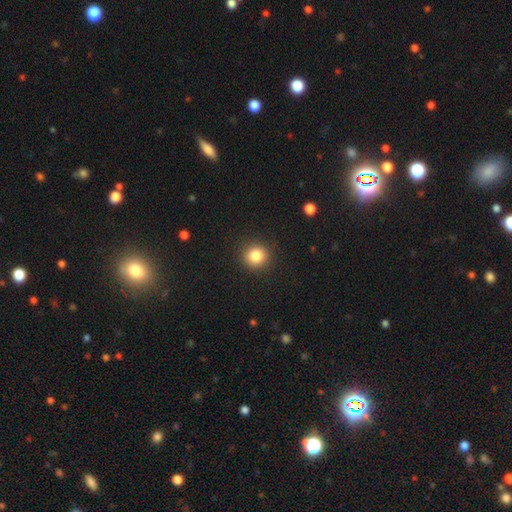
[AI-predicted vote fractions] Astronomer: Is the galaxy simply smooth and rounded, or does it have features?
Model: smooth — 84%.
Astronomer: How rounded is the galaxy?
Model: round — 92%.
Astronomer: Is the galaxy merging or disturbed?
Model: none — 91%.